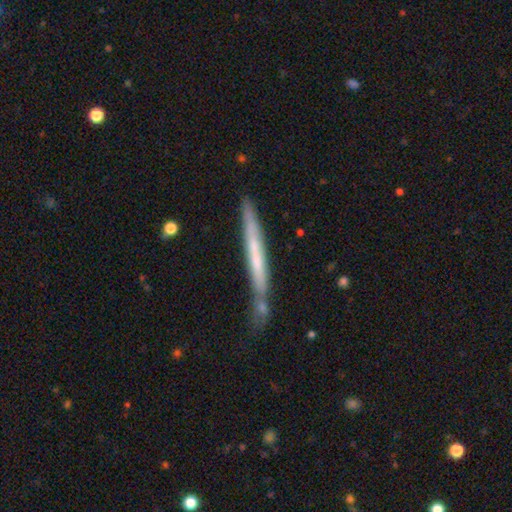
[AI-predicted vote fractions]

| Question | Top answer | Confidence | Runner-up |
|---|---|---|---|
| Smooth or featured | featured or disk | 53% | smooth (41%) |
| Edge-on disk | yes | 92% | no (8%) |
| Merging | none | 68% | minor disturbance (16%) |